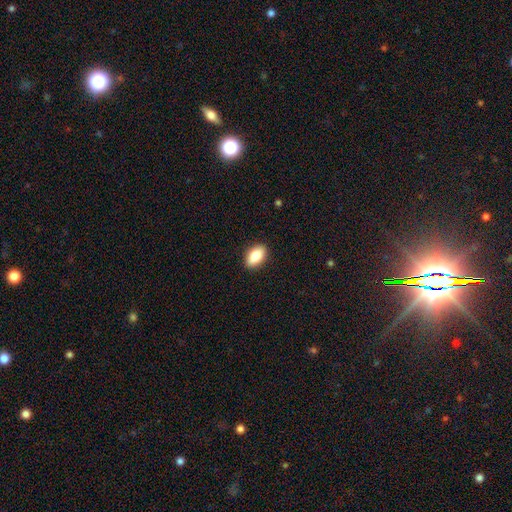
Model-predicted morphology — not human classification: smooth-or-featured: smooth: 83% | featured or disk: 10% | star or artifact: 7%
  how-rounded: in between: 89% | round: 8% | cigar-shaped: 3%
  merging: none: 90% | minor disturbance: 8% | major disturbance: 2% | merger: 1%